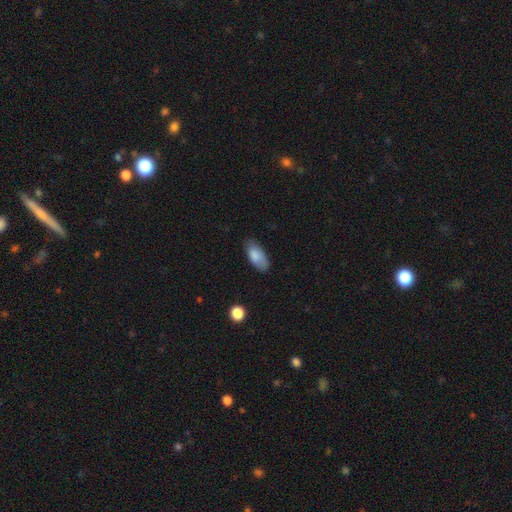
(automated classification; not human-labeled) smooth_or_featured: smooth (p=0.84) [alt: featured or disk p=0.09]
how_rounded: in between (p=0.90) [alt: cigar-shaped p=0.08]
merging: none (p=0.74) [alt: minor disturbance p=0.21]